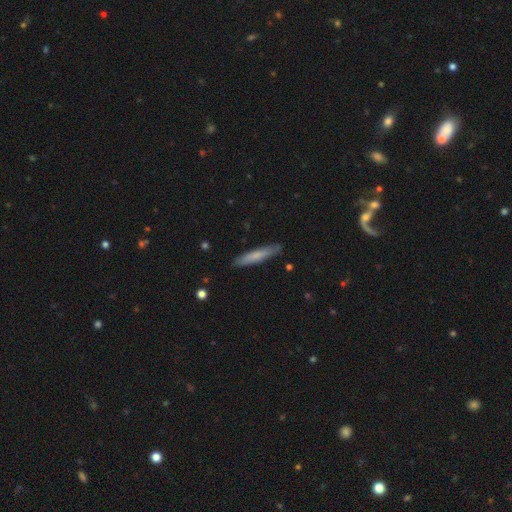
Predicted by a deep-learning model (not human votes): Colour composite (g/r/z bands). It shows a smooth galaxy with no disk features (67%) that is cigar-shaped (92%). Merging: none (88%).